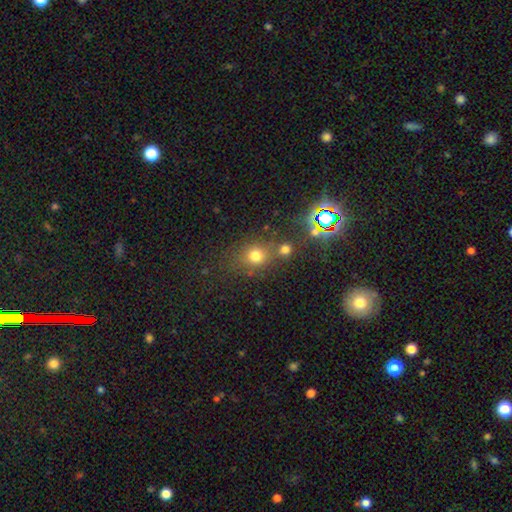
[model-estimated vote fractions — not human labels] Morphology: type=smooth (73%); roundness=round (79%); merging=none (64%).